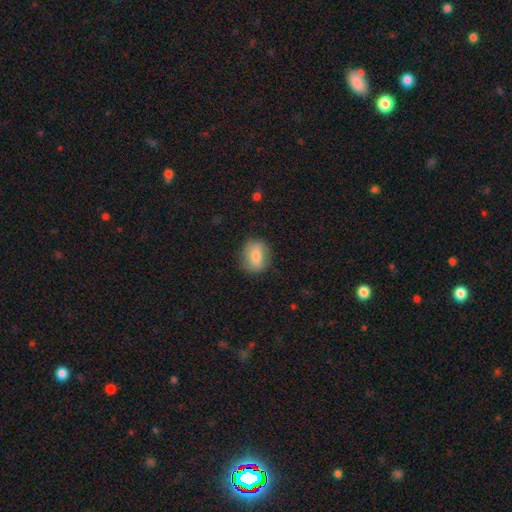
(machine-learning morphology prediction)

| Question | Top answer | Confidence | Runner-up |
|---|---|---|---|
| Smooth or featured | smooth | 74% | featured or disk (18%) |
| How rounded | round | 52% | in between (46%) |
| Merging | none | 80% | minor disturbance (15%) |